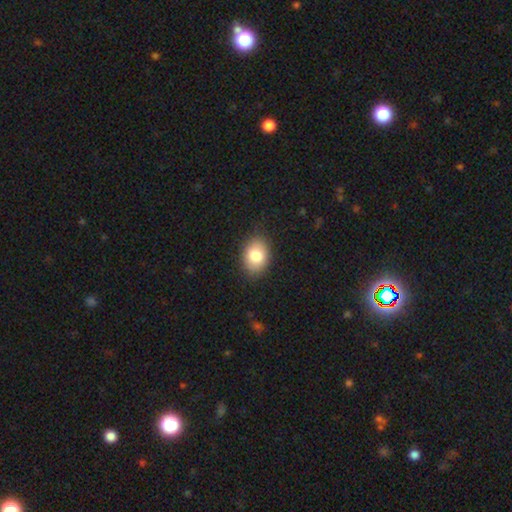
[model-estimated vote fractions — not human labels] The model was most divided on "how rounded": in between: 74%, round: 25%, cigar-shaped: 1%. More confident: merging — none (86%); smooth or featured — smooth (81%).